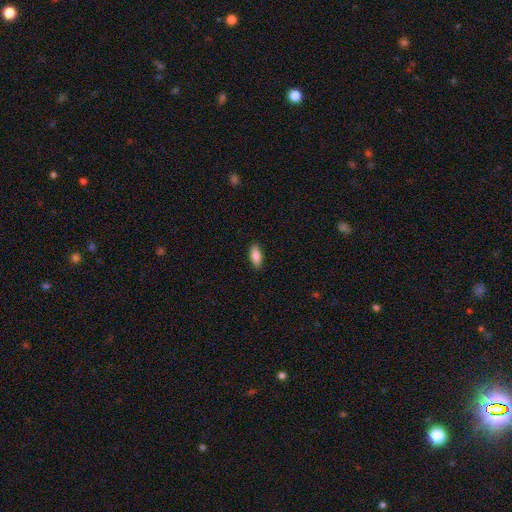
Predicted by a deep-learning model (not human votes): Morphology: type=smooth (85%); roundness=in between (85%); merging=none (89%).